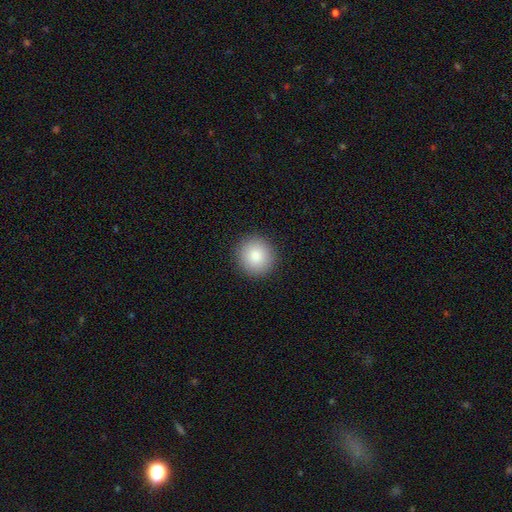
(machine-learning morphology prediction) type=smooth (86%); roundness=round (92%); merging=none (92%).